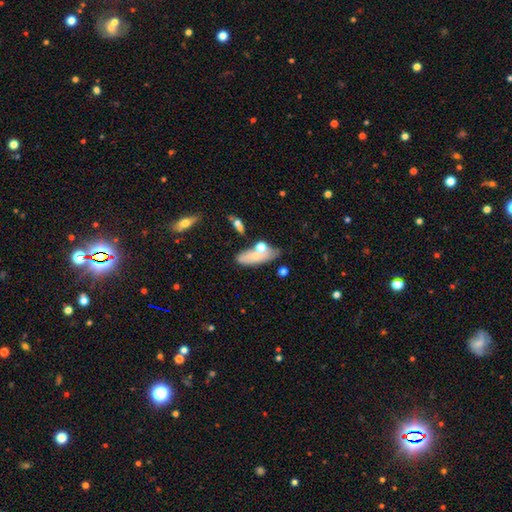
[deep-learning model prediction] smooth_or_featured: smooth (p=0.64) [alt: featured or disk p=0.26]
how_rounded: in between (p=0.74) [alt: cigar-shaped p=0.21]
merging: none (p=0.54) [alt: minor disturbance p=0.20]